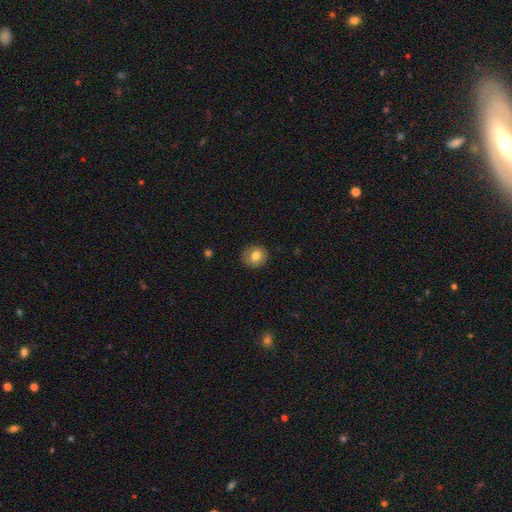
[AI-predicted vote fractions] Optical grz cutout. It shows a smooth galaxy with no disk features (77%) that is round (83%). Merging: none (84%).